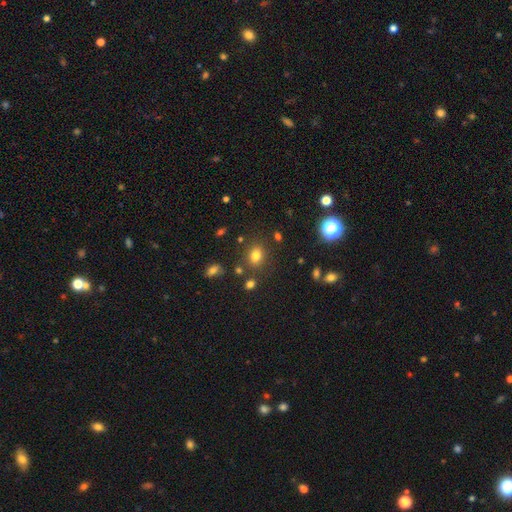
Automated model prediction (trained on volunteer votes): Smooth or featured? smooth (76%)
How rounded? in between (52%)
Merging? none (79%)